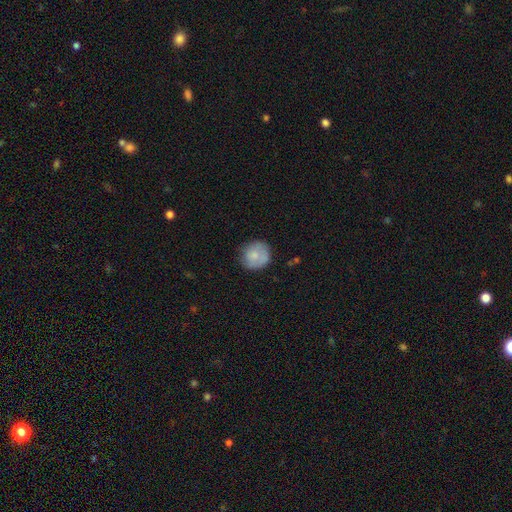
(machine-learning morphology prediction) smooth-or-featured: smooth: 75% | featured or disk: 17% | star or artifact: 7%
  how-rounded: round: 88% | in between: 11% | cigar-shaped: 1%
  merging: none: 71% | minor disturbance: 21% | major disturbance: 6% | merger: 3%